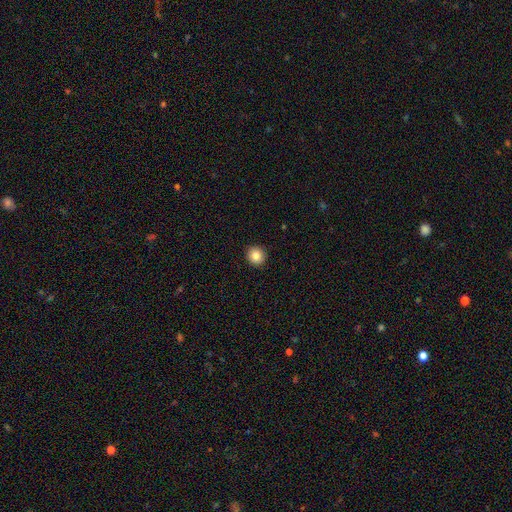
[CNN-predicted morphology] This is clearly a smooth galaxy (85%). How rounded: clearly round (92%). Merging: clearly none (93%).